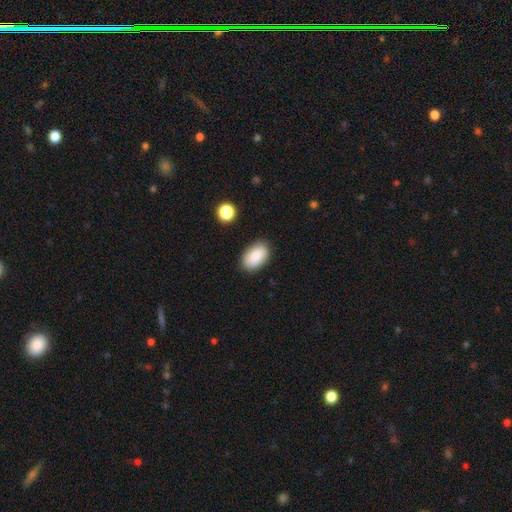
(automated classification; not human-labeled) Smooth or featured? smooth (86%)
How rounded? in between (92%)
Merging? none (86%)